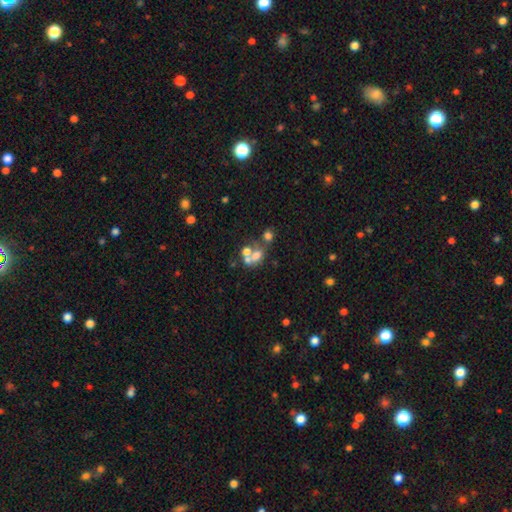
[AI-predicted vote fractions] A smooth galaxy with no disk features (53%) that is round (51%). Merging: merger (55%).